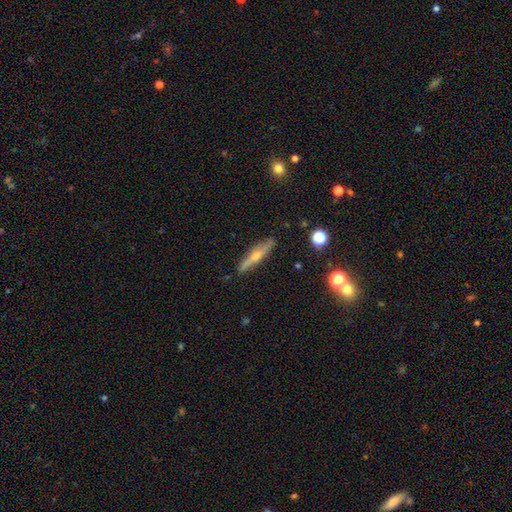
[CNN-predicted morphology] This is likely a featured or disk galaxy (64%). It is clearly viewed edge-on (93%). Edge-on bulge: clearly rounded (89%). Merging: clearly none (87%).